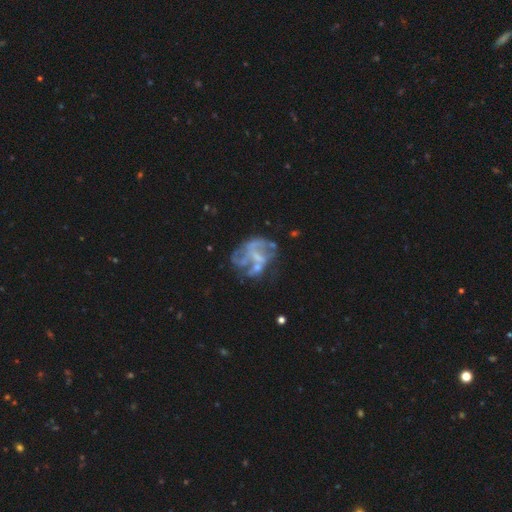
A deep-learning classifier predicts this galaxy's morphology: Q: Smooth or featured?
A: featured or disk (72%); runner-up: smooth (16%)
Q: Edge-on disk?
A: no (98%); runner-up: yes (2%)
Q: Bar?
A: no (57%); runner-up: weak (31%)
Q: Spiral arms?
A: no (56%); runner-up: yes (44%)
Q: Bulge size?
A: none (51%); runner-up: small (28%)
Q: Merging?
A: none (36%); runner-up: major disturbance (30%)